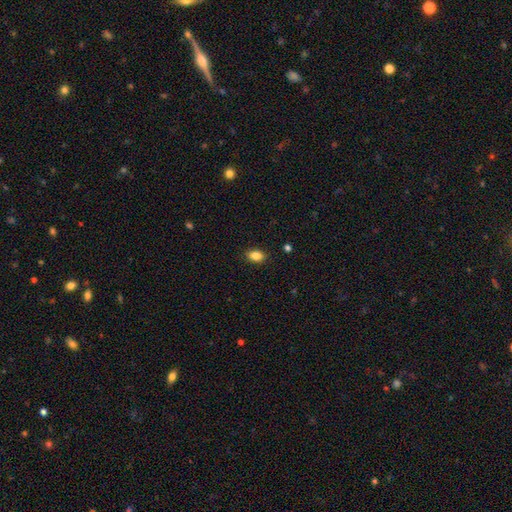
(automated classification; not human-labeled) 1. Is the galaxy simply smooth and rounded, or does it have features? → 87% smooth, 9% star or artifact, 4% featured or disk.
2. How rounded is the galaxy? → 85% in between, 13% round, 2% cigar-shaped.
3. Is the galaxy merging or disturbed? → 88% none, 8% minor disturbance, 2% major disturbance, 1% merger.